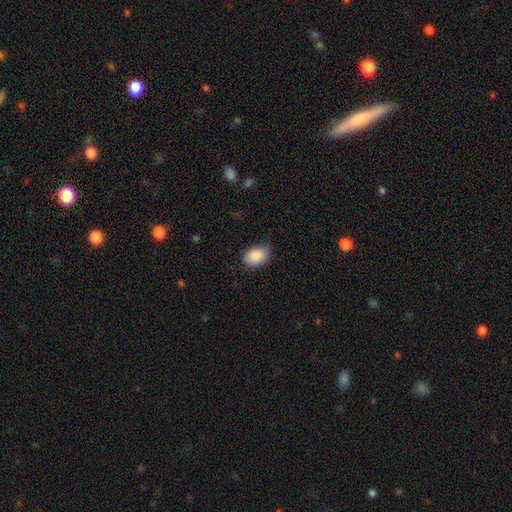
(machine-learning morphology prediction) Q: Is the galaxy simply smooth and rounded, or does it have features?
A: smooth — 89%.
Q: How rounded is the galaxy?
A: in between — 87%.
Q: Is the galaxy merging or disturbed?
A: none — 78%.